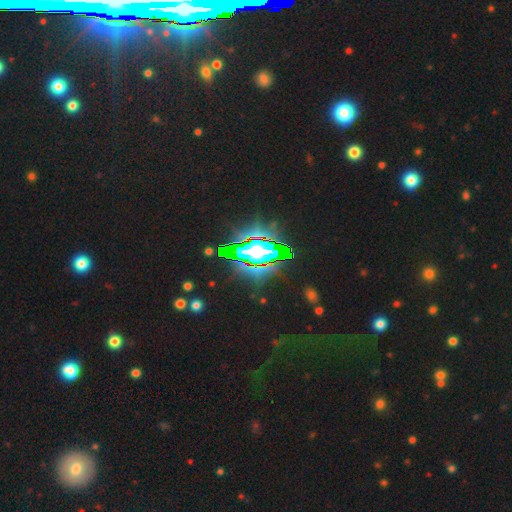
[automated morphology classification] Smooth or featured?
  - star or artifact: 67% *
  - featured or disk: 18%
  - smooth: 16%